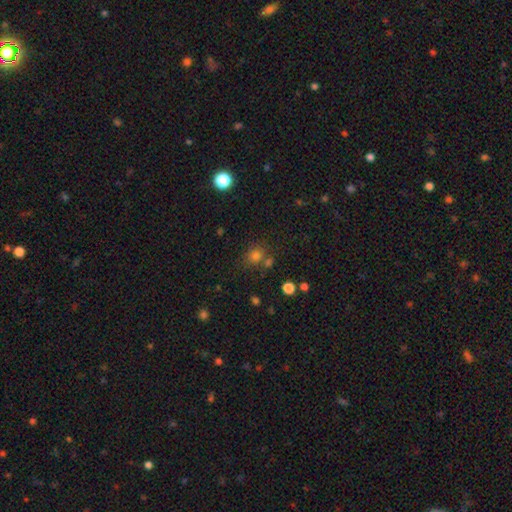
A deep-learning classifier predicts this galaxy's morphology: smooth 72%, star or artifact 22%, featured or disk 7%. Down the decision tree: how rounded — round (73%); merging — none (66%).